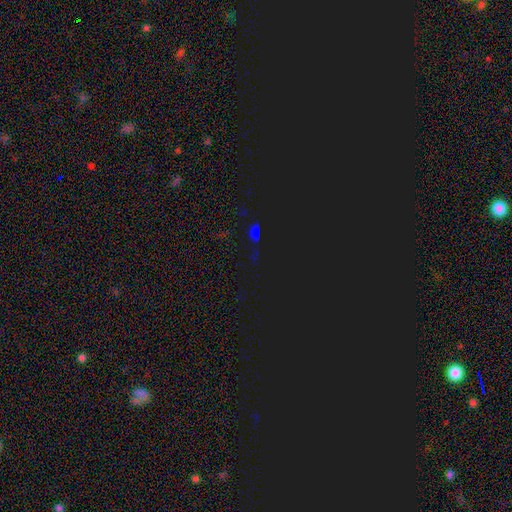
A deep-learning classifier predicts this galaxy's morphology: smooth-or-featured: star or artifact: 75% | smooth: 18% | featured or disk: 7%